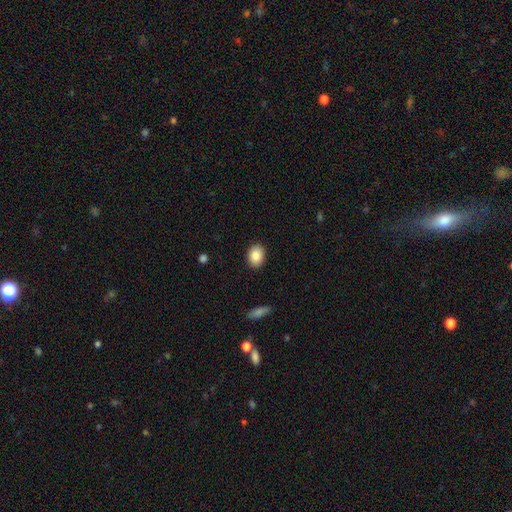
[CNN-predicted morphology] This appears to be a smooth galaxy with no disk features (85%) that is in between round and cigar-shaped (64%). Merging: none (90%).